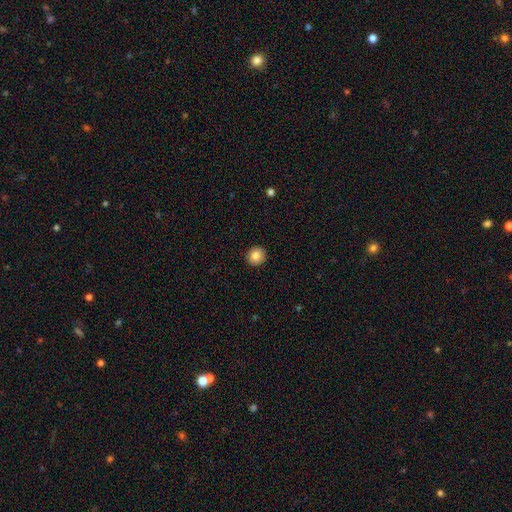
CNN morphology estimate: A smooth galaxy with no disk features (82%) that is round (90%). Merging: none (92%).